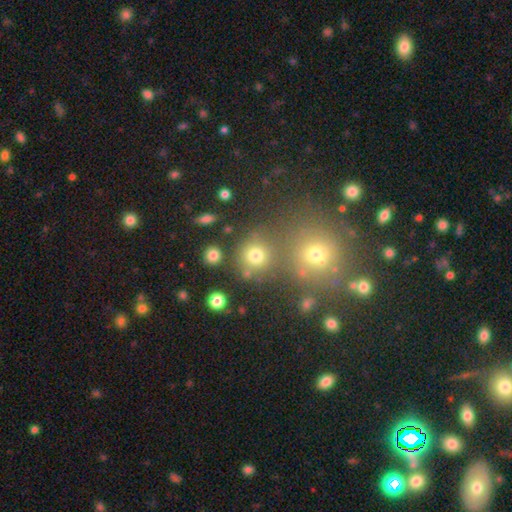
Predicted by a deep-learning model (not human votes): smooth_or_featured: smooth (p=0.75) [alt: star or artifact p=0.18]
how_rounded: round (p=0.89) [alt: in between p=0.10]
merging: none (p=0.70) [alt: merger p=0.18]